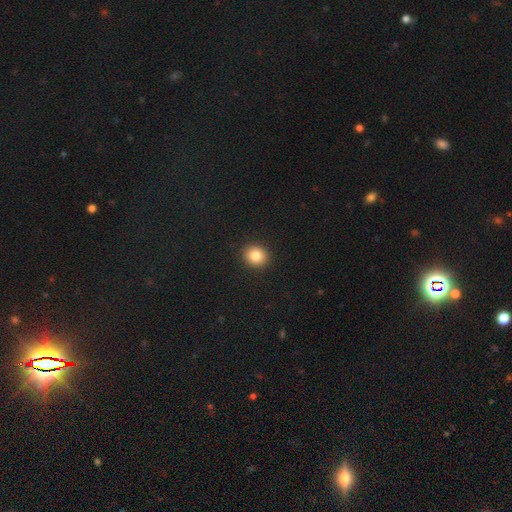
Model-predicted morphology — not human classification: smooth 84%, star or artifact 10%, featured or disk 6%. Down the decision tree: how rounded — round (78%); merging — none (93%).